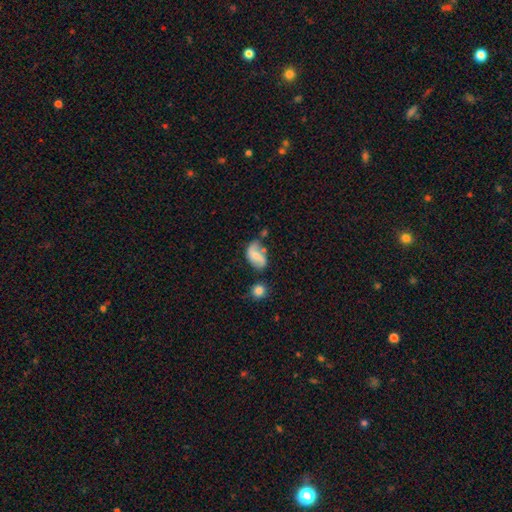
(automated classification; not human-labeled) Smooth or featured?
  - featured or disk: 48% *
  - smooth: 44%
  - star or artifact: 9%
Merging?
  - none: 43% *
  - minor disturbance: 27%
  - merger: 16%
  - major disturbance: 14%